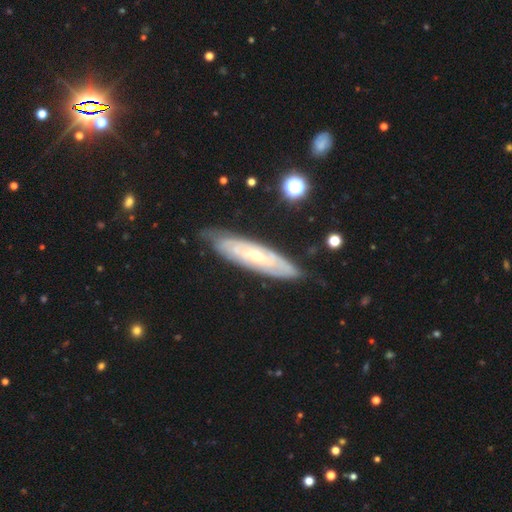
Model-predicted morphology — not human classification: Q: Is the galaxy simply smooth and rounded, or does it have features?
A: featured or disk — 77%.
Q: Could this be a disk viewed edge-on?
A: no — 74%.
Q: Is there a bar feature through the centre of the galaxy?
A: no — 68%.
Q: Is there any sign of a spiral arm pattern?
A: yes — 83%.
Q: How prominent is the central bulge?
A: small — 60%.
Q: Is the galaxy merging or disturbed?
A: none — 78%.